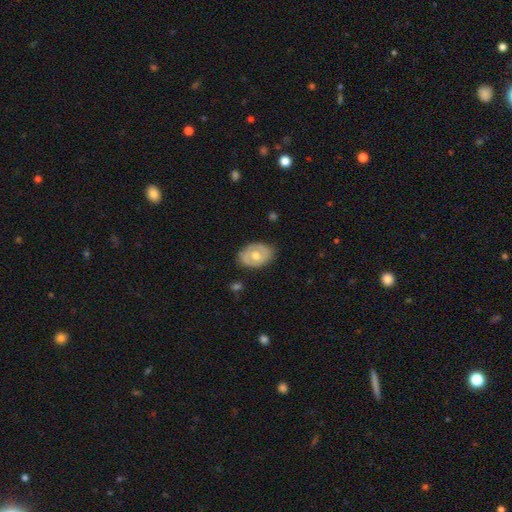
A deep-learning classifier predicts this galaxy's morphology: type=featured or disk (50%); edge-on=no (92%); merging=none (80%).